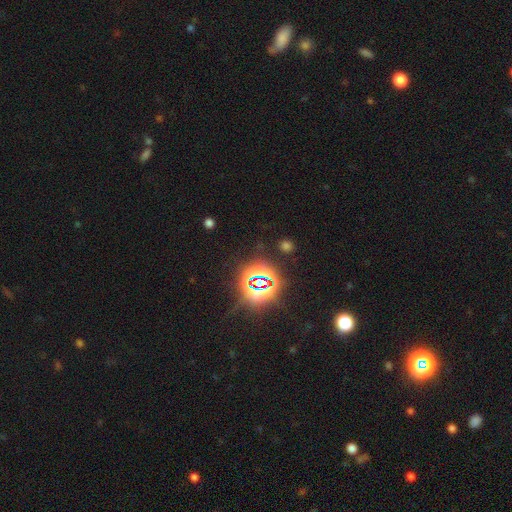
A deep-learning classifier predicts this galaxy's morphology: A star or artifact, not a galaxy (76%).

Vote fractions:
- Smooth or featured? star or artifact: 76% / smooth: 19% / featured or disk: 6%